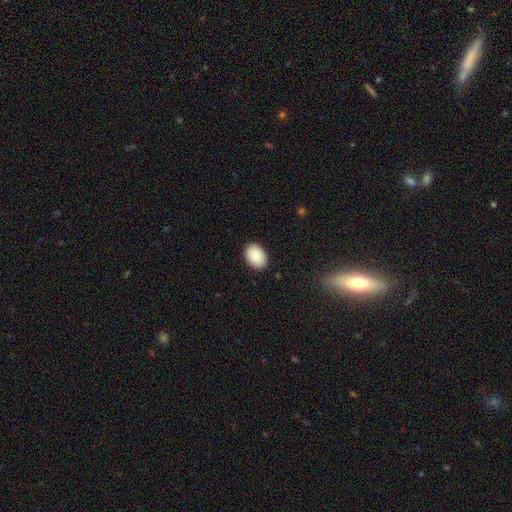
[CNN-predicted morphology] Smooth or featured? smooth (89%)
How rounded? in between (81%)
Merging? none (89%)